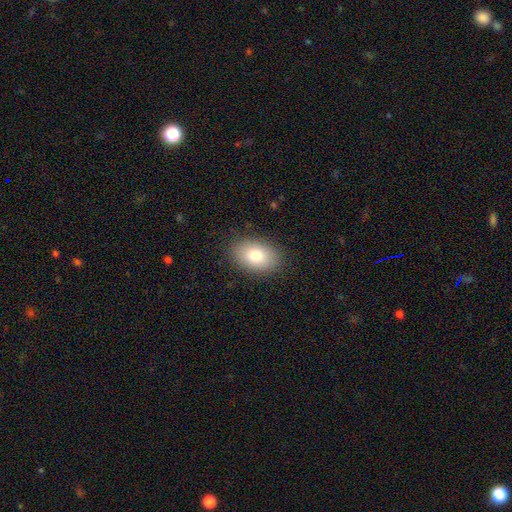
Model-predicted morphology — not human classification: smooth_or_featured: smooth (p=0.80) [alt: featured or disk p=0.12]
how_rounded: in between (p=0.88) [alt: round p=0.11]
merging: none (p=0.87) [alt: minor disturbance p=0.09]